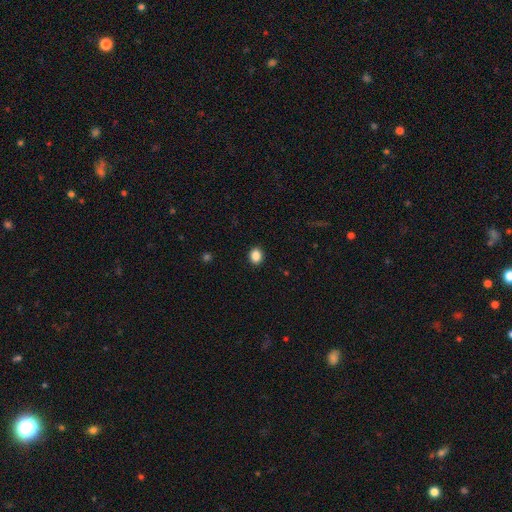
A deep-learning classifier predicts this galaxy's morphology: The model was most divided on "how rounded": round: 59%, in between: 40%, cigar-shaped: 1%. More confident: merging — none (92%); smooth or featured — smooth (87%).